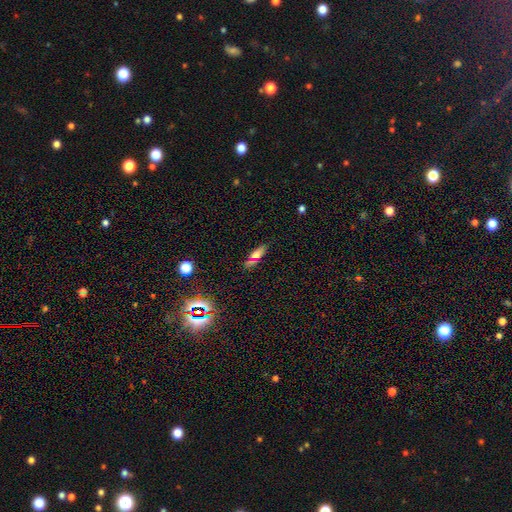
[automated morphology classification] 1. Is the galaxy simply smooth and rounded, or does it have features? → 59% smooth, 26% featured or disk, 15% star or artifact.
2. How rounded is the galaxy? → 52% in between, 43% cigar-shaped, 5% round.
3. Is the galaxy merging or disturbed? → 77% none, 13% minor disturbance, 6% merger, 4% major disturbance.